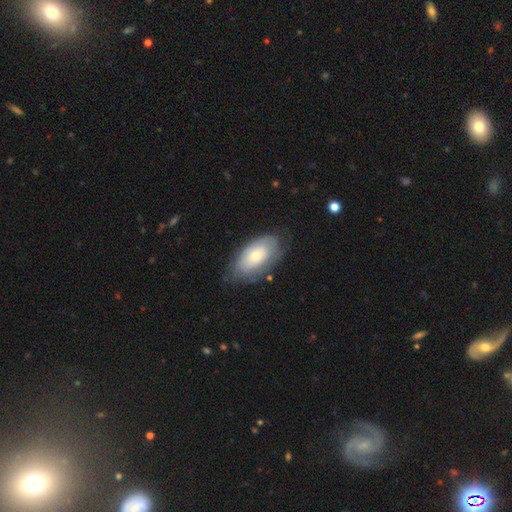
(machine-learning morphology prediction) Q: Smooth or featured?
A: smooth (57%); runner-up: featured or disk (36%)
Q: How rounded?
A: in between (93%); runner-up: round (4%)
Q: Merging?
A: none (69%); runner-up: minor disturbance (22%)